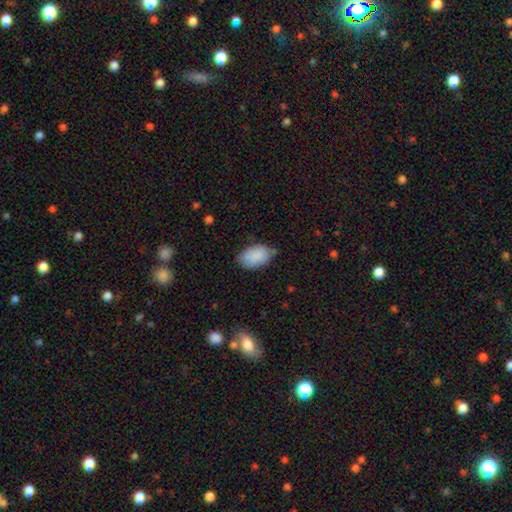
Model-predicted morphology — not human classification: Q: Smooth or featured?
A: smooth (88%); runner-up: star or artifact (6%)
Q: How rounded?
A: in between (93%); runner-up: round (6%)
Q: Merging?
A: none (75%); runner-up: minor disturbance (20%)